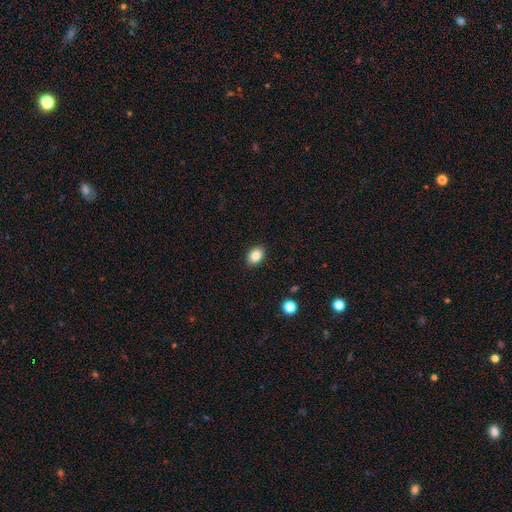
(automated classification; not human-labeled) smooth_or_featured: smooth (p=0.86) [alt: star or artifact p=0.09]
how_rounded: in between (p=0.75) [alt: round p=0.24]
merging: none (p=0.90) [alt: minor disturbance p=0.07]